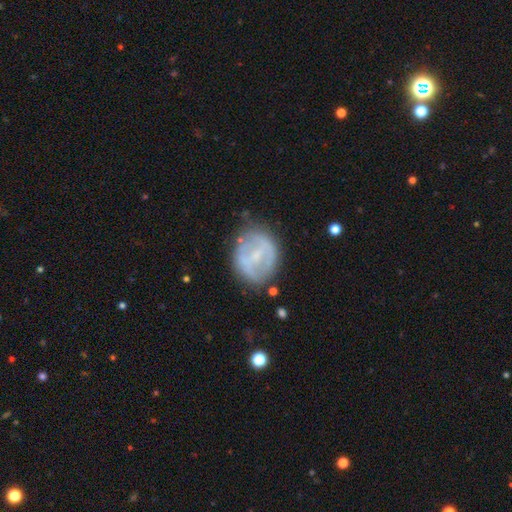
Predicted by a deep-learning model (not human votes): smooth_or_featured: featured or disk (p=0.62) [alt: smooth p=0.31]
disk_edge_on: no (p=0.96) [alt: yes p=0.04]
bar: weak (p=0.46) [alt: strong p=0.33]
has_spiral_arms: no (p=0.56) [alt: yes p=0.44]
bulge_size: small (p=0.56) [alt: moderate p=0.22]
merging: none (p=0.69) [alt: minor disturbance p=0.20]